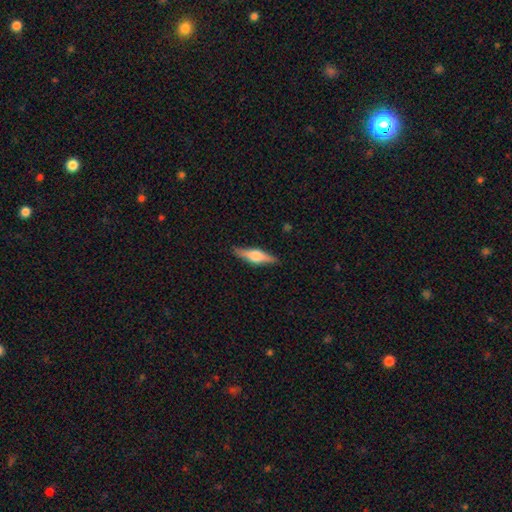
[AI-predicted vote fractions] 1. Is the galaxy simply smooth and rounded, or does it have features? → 61% featured or disk, 32% smooth, 6% star or artifact.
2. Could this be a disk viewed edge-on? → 96% yes, 4% no.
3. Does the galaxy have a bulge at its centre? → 87% rounded, 11% boxy, 2% none.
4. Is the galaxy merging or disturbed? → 88% none, 9% minor disturbance, 2% major disturbance, 1% merger.